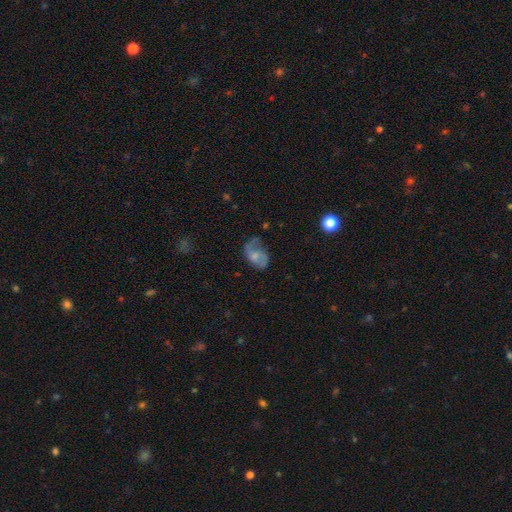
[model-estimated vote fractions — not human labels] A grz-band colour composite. It shows a featured or disk galaxy (52%) with no bar (67%), spiral arms (76%) and a small central bulge (43%). Merging: none (44%).